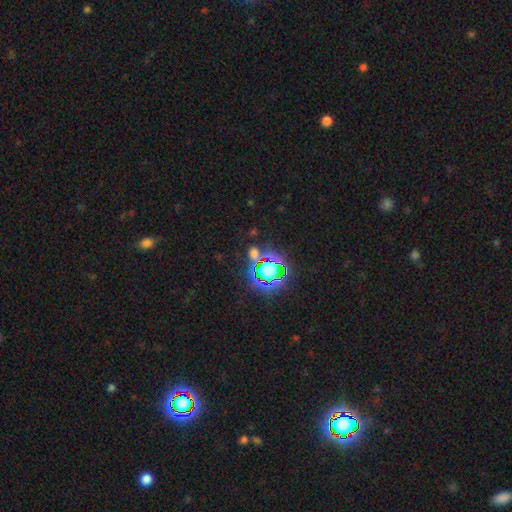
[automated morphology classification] smooth_or_featured: star or artifact (p=0.71) [alt: smooth p=0.20]